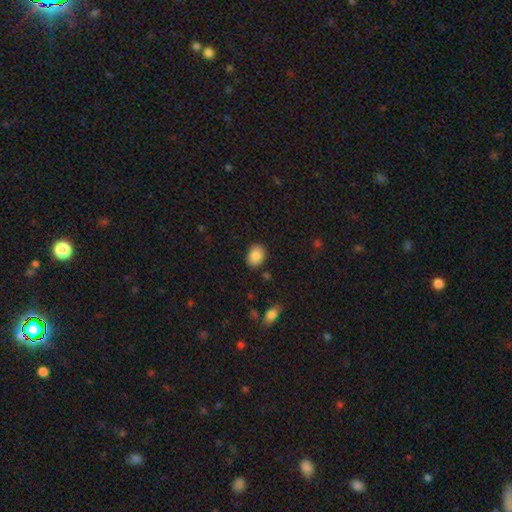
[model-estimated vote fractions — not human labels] Smooth or featured? Predicted: smooth (p=0.87). How rounded? Predicted: in between (p=0.69). Merging? Predicted: none (p=0.87).